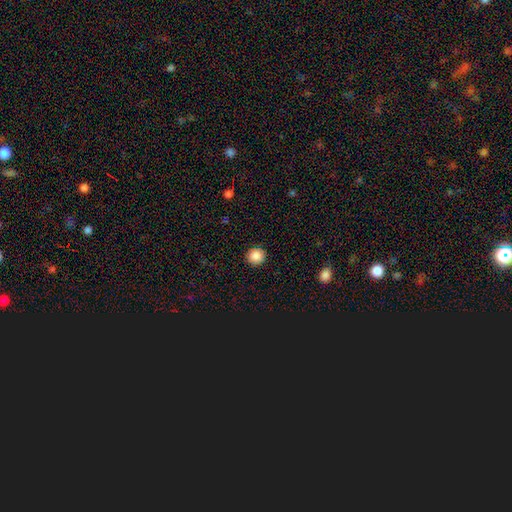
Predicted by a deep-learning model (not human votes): A smooth galaxy with no disk features (87%) that is round (94%). Merging: none (92%).